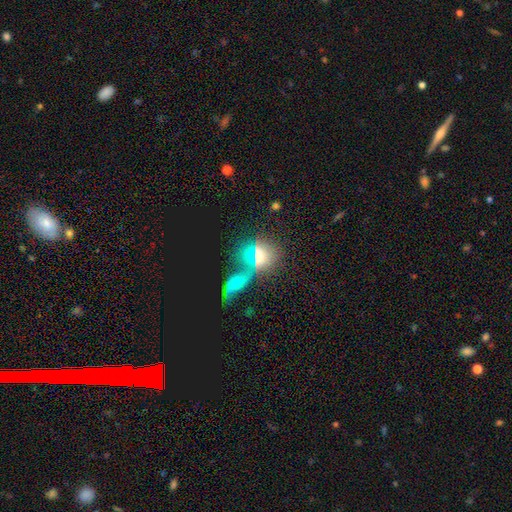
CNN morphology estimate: Smooth or featured? smooth (51%)
How rounded? round (56%)
Merging? none (46%)